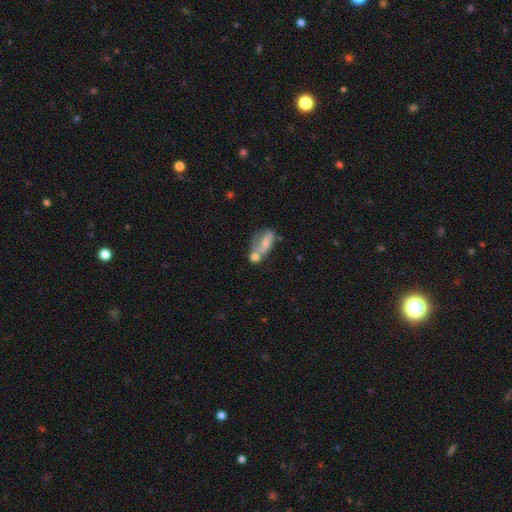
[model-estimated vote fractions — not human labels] Q: Smooth or featured?
A: smooth (58%); runner-up: featured or disk (32%)
Q: How rounded?
A: in between (77%); runner-up: round (14%)
Q: Merging?
A: merger (51%); runner-up: none (24%)